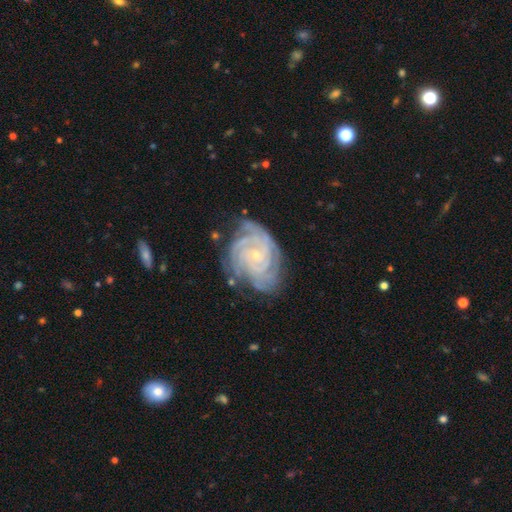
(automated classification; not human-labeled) Q: Smooth or featured?
A: featured or disk (90%); runner-up: star or artifact (6%)
Q: Edge-on disk?
A: no (98%); runner-up: yes (2%)
Q: Bar?
A: no (72%); runner-up: weak (21%)
Q: Spiral arms?
A: yes (98%); runner-up: no (2%)
Q: Spiral winding?
A: tight (81%); runner-up: medium (16%)
Q: Spiral arm count?
A: 4 (35%); runner-up: 3 (20%)
Q: Bulge size?
A: small (83%); runner-up: moderate (14%)
Q: Merging?
A: none (71%); runner-up: minor disturbance (20%)